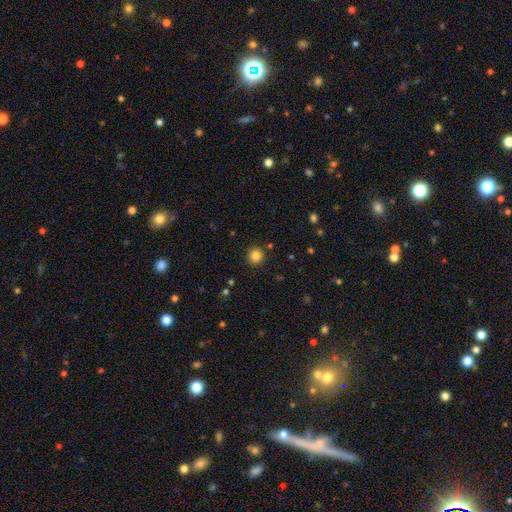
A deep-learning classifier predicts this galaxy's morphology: smooth 83%, star or artifact 12%, featured or disk 5%. Down the decision tree: how rounded — round (92%); merging — none (89%).